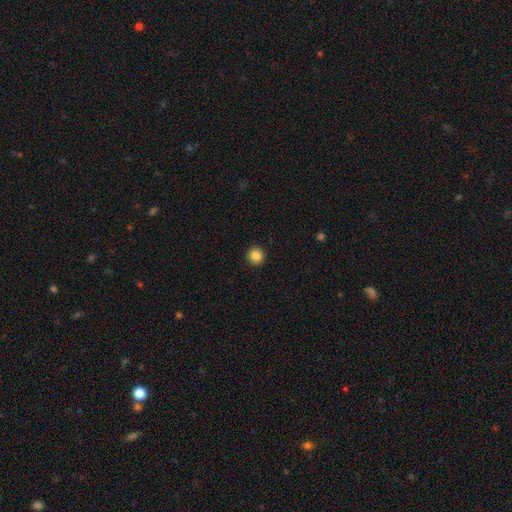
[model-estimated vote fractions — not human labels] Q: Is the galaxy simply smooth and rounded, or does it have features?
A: smooth — 85%.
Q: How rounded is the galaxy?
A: round — 95%.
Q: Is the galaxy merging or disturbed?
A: none — 93%.